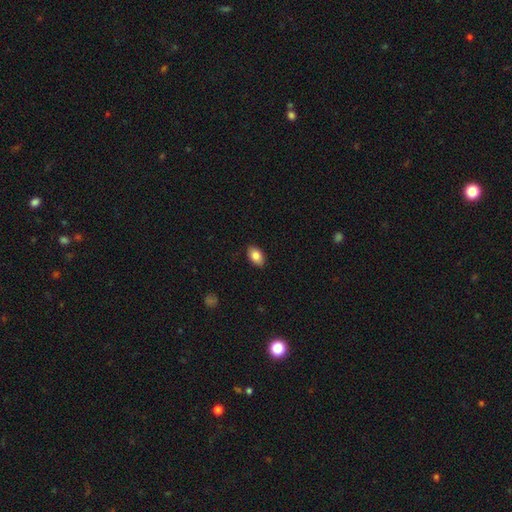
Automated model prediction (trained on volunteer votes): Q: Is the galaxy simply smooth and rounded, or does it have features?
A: smooth — 85%.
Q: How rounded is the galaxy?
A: in between — 90%.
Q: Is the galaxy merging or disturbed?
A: none — 89%.